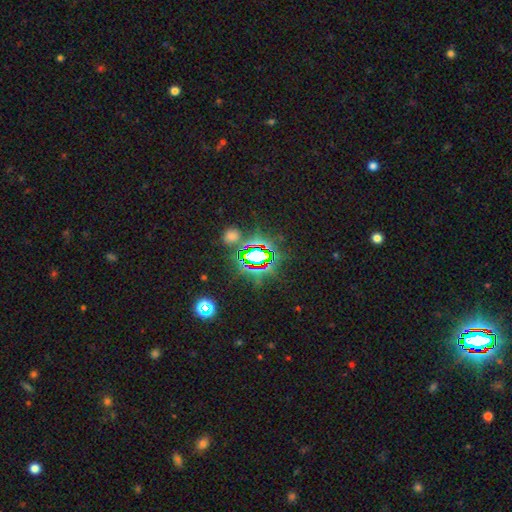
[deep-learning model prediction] This appears to be a star or artifact, not a galaxy (81%).